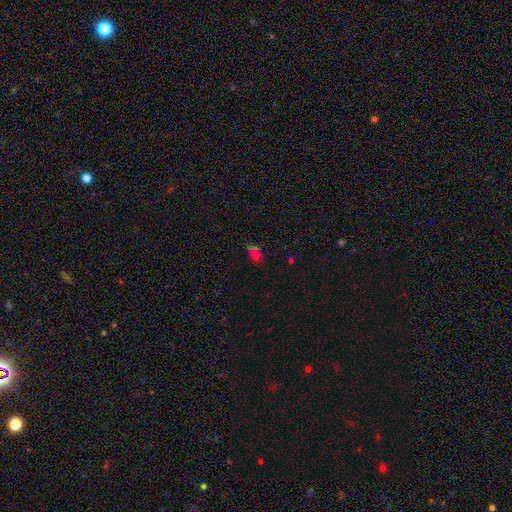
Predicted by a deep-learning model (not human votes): Smooth or featured: smooth — 45% (star or artifact — 42%)
Merging: none — 50% (merger — 22%)